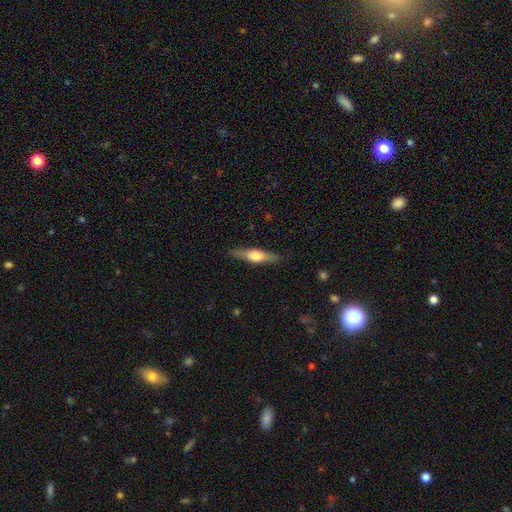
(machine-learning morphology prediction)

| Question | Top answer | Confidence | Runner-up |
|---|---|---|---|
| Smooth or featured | featured or disk | 56% | smooth (38%) |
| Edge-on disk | yes | 95% | no (5%) |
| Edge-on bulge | rounded | 92% | boxy (5%) |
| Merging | none | 88% | minor disturbance (9%) |